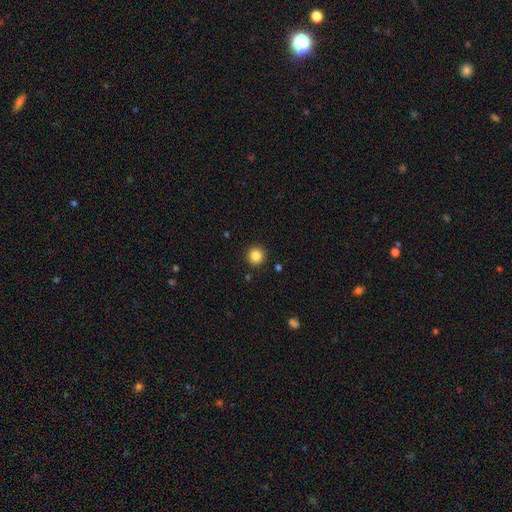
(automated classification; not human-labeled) smooth-or-featured: smooth: 85% | star or artifact: 11% | featured or disk: 4%
  how-rounded: round: 94% | in between: 5% | cigar-shaped: 1%
  merging: none: 91% | minor disturbance: 6% | major disturbance: 2% | merger: 1%